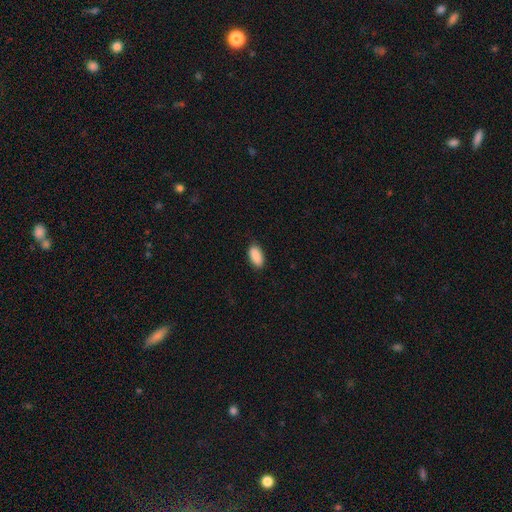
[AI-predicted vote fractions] Q: Smooth or featured?
A: smooth (90%); runner-up: star or artifact (6%)
Q: How rounded?
A: in between (92%); runner-up: cigar-shaped (5%)
Q: Merging?
A: none (85%); runner-up: minor disturbance (11%)